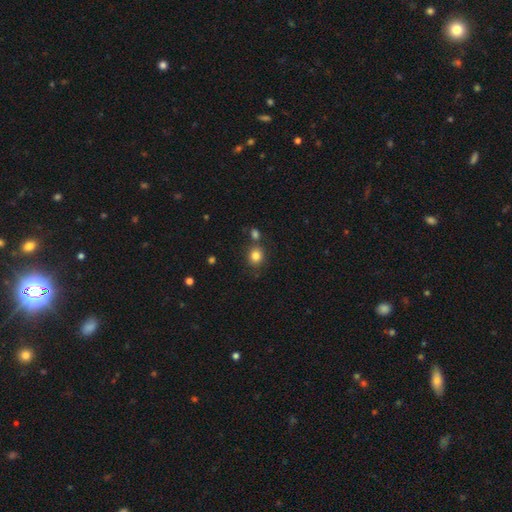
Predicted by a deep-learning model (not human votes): The model was most divided on "how rounded": round: 74%, in between: 25%, cigar-shaped: 1%. More confident: smooth or featured — smooth (83%); merging — none (74%).